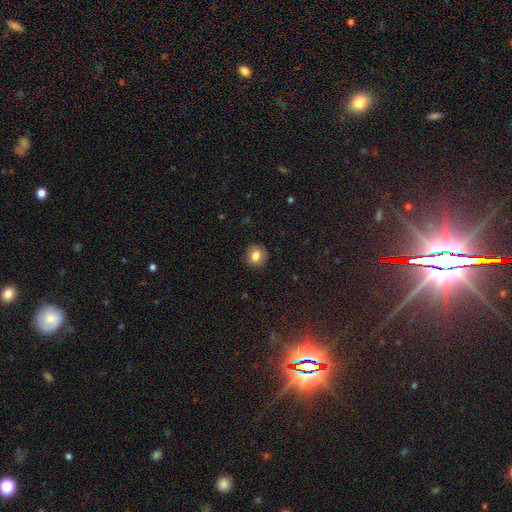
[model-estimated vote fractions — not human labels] Smooth or featured: smooth — 80% (featured or disk — 10%)
How rounded: round — 89% (in between — 10%)
Merging: none — 90% (minor disturbance — 7%)